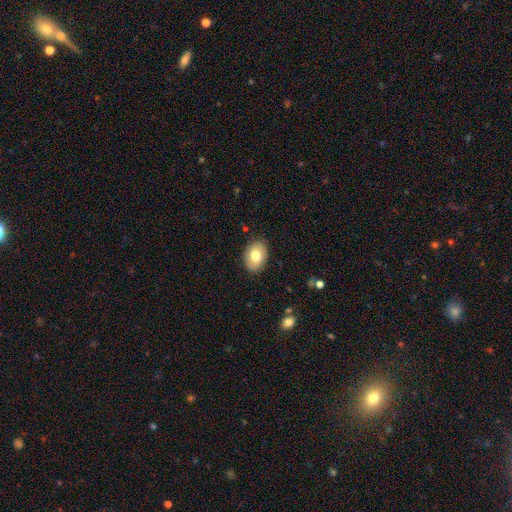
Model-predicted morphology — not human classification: The model was most divided on "how rounded": in between: 78%, round: 21%, cigar-shaped: 1%. More confident: merging — none (87%); smooth or featured — smooth (77%).